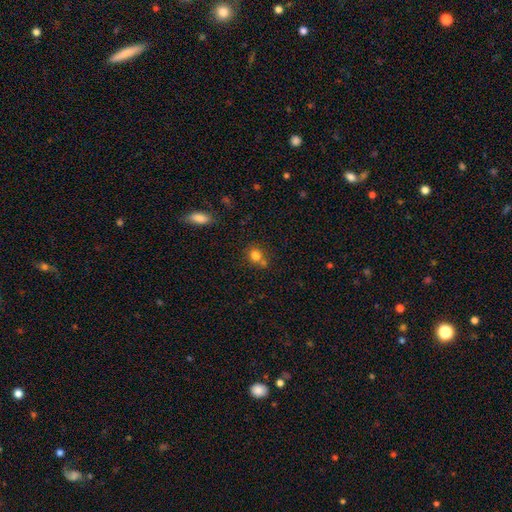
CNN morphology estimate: smooth_or_featured: smooth (p=0.80) [alt: star or artifact p=0.12]
how_rounded: round (p=0.78) [alt: in between p=0.21]
merging: none (p=0.59) [alt: merger p=0.27]